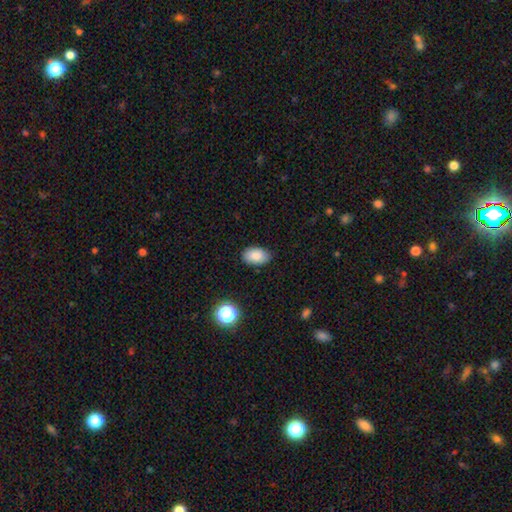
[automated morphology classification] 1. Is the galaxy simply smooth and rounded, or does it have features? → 85% smooth, 9% star or artifact, 6% featured or disk.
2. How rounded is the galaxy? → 92% in between, 7% round, 1% cigar-shaped.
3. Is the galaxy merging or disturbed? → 84% none, 13% minor disturbance, 2% major disturbance, 1% merger.